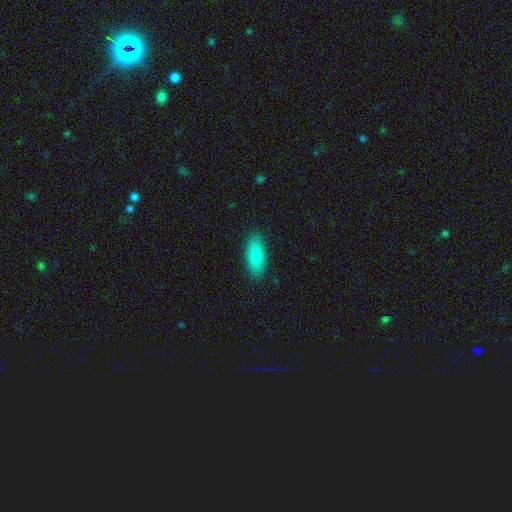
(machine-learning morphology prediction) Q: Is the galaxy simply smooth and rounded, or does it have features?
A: smooth — 84%.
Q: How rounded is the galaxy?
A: in between — 84%.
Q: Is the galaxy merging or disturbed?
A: none — 87%.